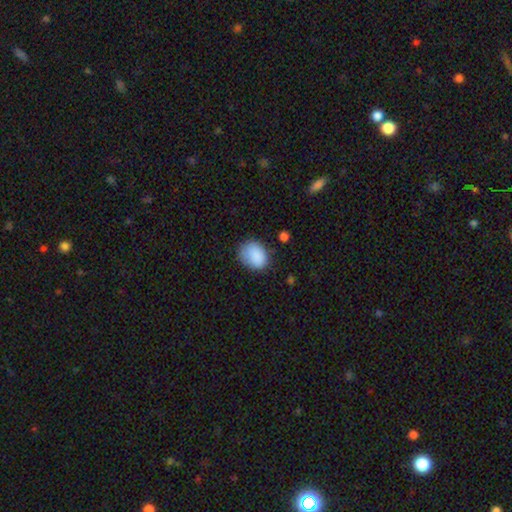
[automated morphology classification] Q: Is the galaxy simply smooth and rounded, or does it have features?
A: smooth — 87%.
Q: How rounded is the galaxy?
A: in between — 56%.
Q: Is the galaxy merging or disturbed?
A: none — 69%.